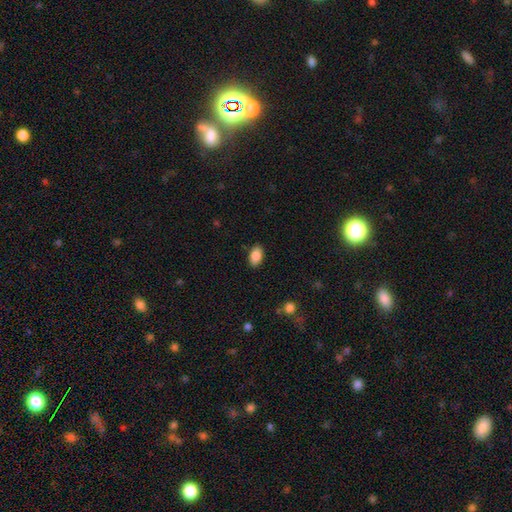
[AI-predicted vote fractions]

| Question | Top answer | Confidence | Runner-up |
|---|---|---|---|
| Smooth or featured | smooth | 87% | star or artifact (7%) |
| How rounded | in between | 92% | round (6%) |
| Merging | none | 87% | minor disturbance (10%) |